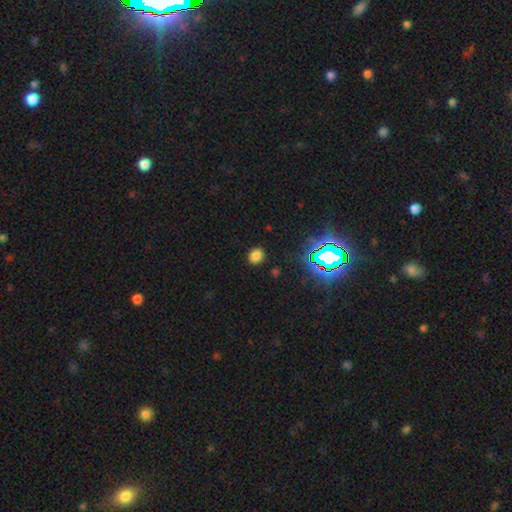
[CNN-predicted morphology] Smooth or featured? smooth (74%)
How rounded? round (74%)
Merging? none (88%)